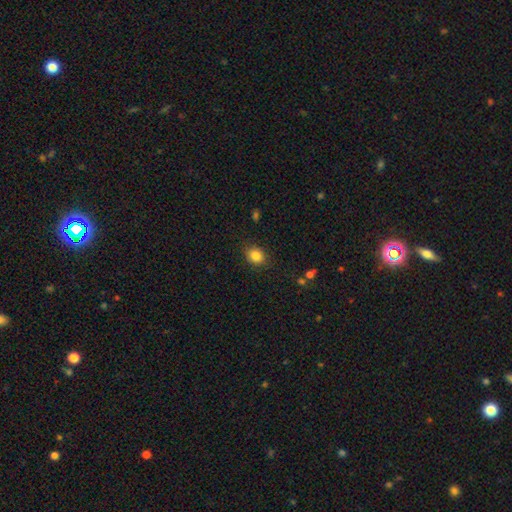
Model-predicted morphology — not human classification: This is clearly a smooth galaxy (85%). How rounded: possibly round (55%). Merging: clearly none (84%).